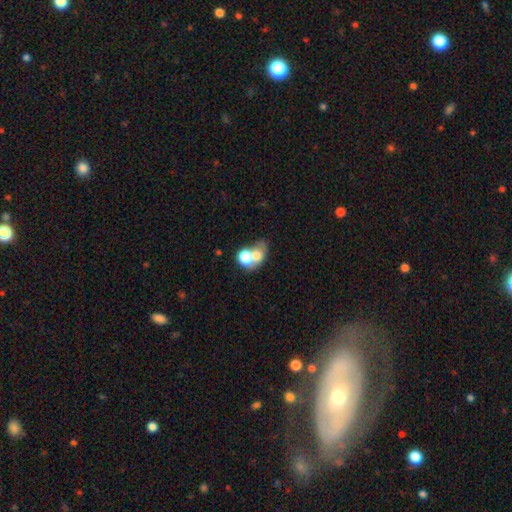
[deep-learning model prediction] Q: Smooth or featured?
A: smooth (65%); runner-up: featured or disk (23%)
Q: How rounded?
A: in between (53%); runner-up: round (45%)
Q: Merging?
A: merger (61%); runner-up: none (24%)